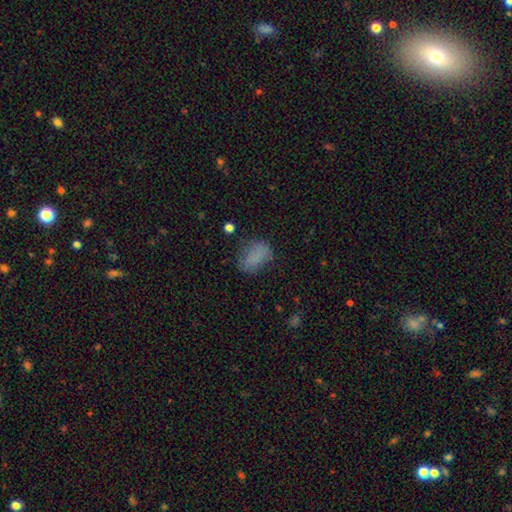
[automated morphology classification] Smooth or featured: smooth — 79% (star or artifact — 12%)
How rounded: in between — 82% (round — 16%)
Merging: none — 62% (minor disturbance — 24%)